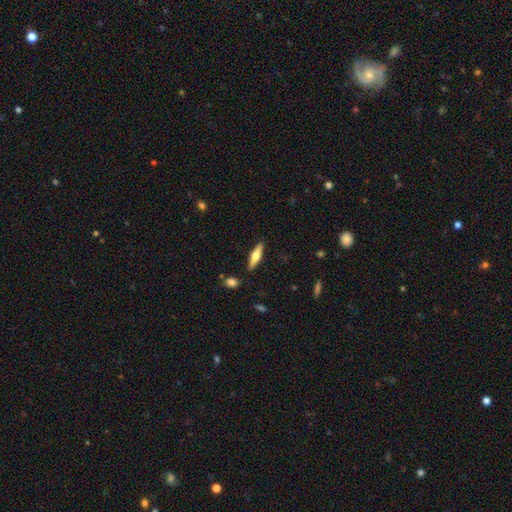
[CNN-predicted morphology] Smooth or featured? featured or disk (52%)
Edge-on disk? yes (94%)
Merging? none (87%)